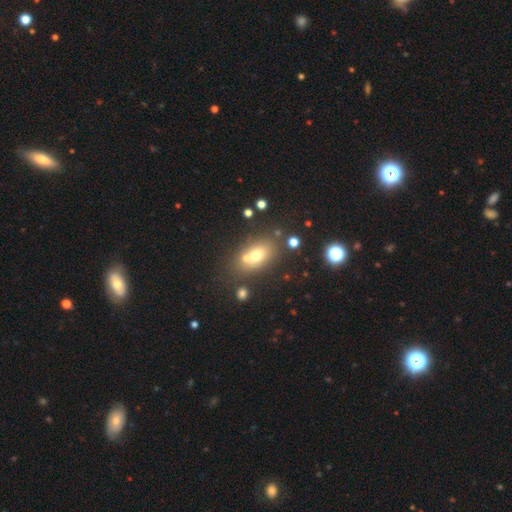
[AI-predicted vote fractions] A smooth galaxy with no disk features (67%) that is in between round and cigar-shaped (75%).

Vote fractions:
- Smooth or featured? smooth: 67% / featured or disk: 19% / star or artifact: 14%
- How rounded? in between: 75% / round: 21% / cigar-shaped: 3%
- Merging? none: 58% / merger: 23% / minor disturbance: 13% / major disturbance: 5%